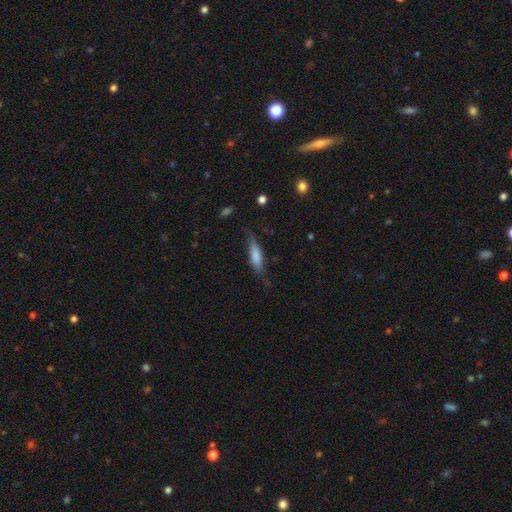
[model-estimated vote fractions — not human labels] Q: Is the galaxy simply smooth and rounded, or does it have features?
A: smooth — 74%.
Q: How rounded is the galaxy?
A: cigar-shaped — 64%.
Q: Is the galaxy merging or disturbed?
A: none — 72%.